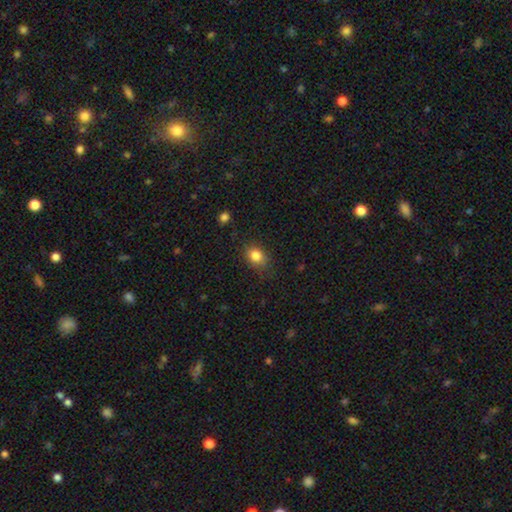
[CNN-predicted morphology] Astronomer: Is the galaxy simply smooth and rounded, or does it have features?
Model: smooth — 83%.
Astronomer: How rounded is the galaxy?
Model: round — 52% (runner-up: in between, 47%).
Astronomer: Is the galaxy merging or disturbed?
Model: none — 79%.